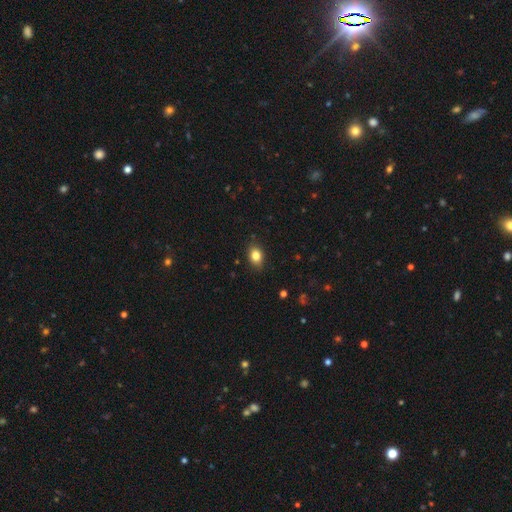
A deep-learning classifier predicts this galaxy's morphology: A smooth galaxy with no disk features (84%) that is in between round and cigar-shaped (73%).

Vote fractions:
- Smooth or featured? smooth: 84% / star or artifact: 9% / featured or disk: 7%
- How rounded? in between: 73% / round: 25% / cigar-shaped: 1%
- Merging? none: 86% / minor disturbance: 11% / major disturbance: 2% / merger: 1%